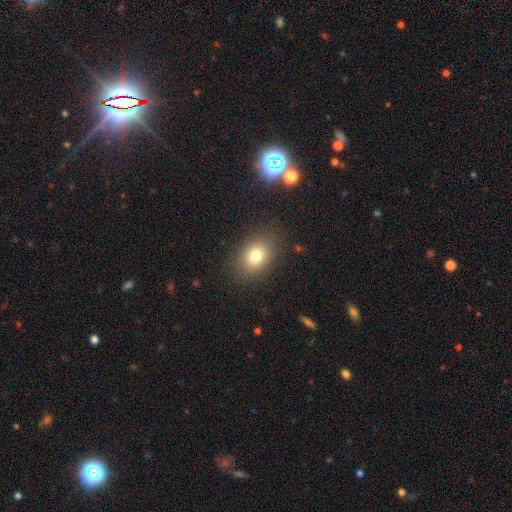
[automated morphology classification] Smooth or featured: smooth — 78% (star or artifact — 12%)
How rounded: in between — 64% (round — 35%)
Merging: none — 85% (minor disturbance — 9%)